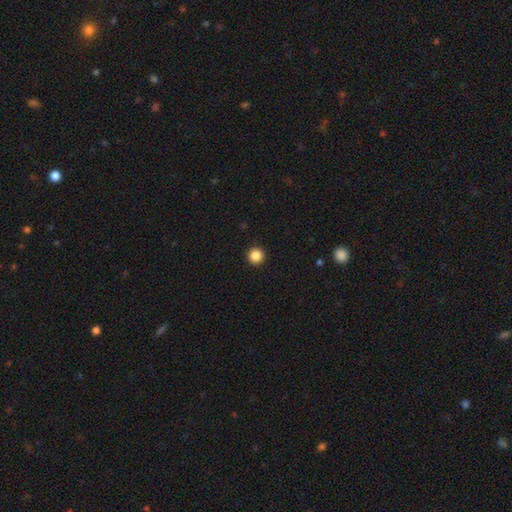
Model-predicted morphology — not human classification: This appears to be a smooth galaxy with no disk features (86%) that is round (97%). Merging: none (94%).